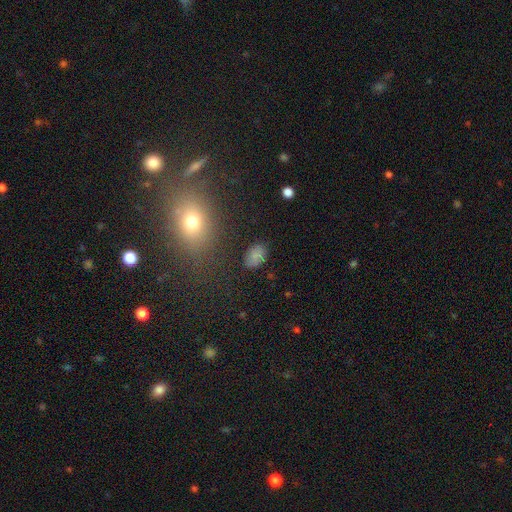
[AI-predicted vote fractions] Smooth or featured? Predicted: smooth (p=0.76). How rounded? Predicted: in between (p=0.88). Merging? Predicted: none (p=0.77).